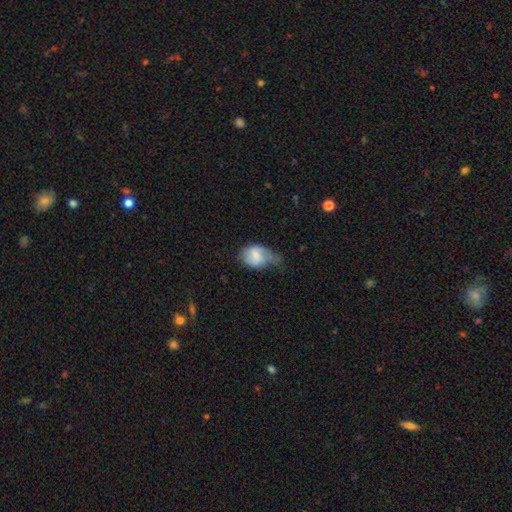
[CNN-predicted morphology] The model was most divided on "merging": minor disturbance: 45%, major disturbance: 29%, none: 23%, merger: 3%. More confident: how rounded — in between (70%); smooth or featured — smooth (64%).